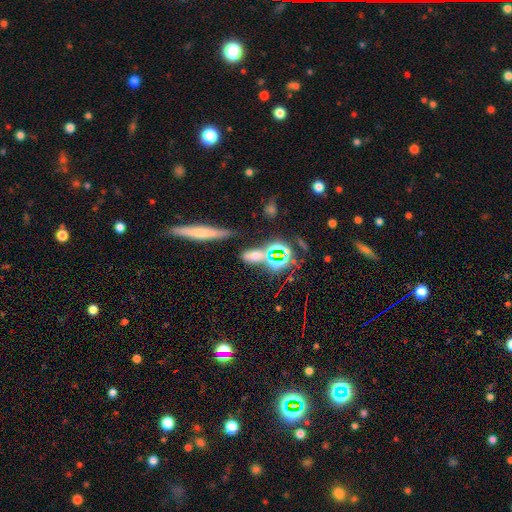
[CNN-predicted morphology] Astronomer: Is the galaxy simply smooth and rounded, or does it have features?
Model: smooth — 47% (runner-up: star or artifact, 35%).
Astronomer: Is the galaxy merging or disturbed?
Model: none — 59%.